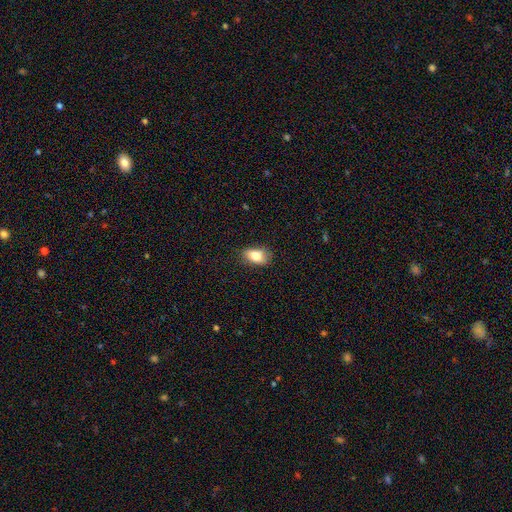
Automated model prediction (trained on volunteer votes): Morphology: type=smooth (80%); roundness=in between (86%); merging=none (76%).